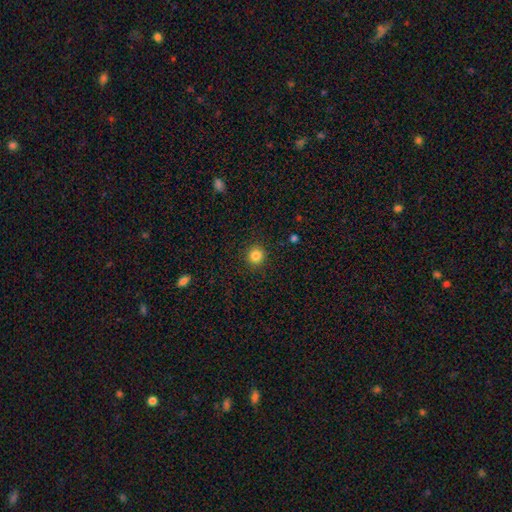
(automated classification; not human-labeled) smooth 84%, star or artifact 12%, featured or disk 4%. Down the decision tree: how rounded — round (94%); merging — none (92%).